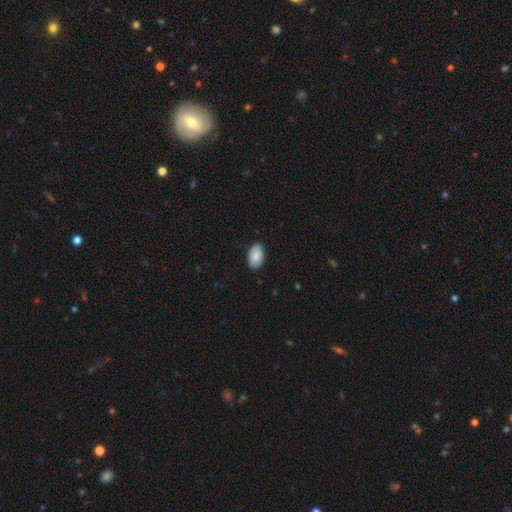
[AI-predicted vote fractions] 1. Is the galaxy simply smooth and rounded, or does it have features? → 88% smooth, 6% star or artifact, 5% featured or disk.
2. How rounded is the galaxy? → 94% in between, 5% round, 1% cigar-shaped.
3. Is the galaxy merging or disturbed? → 88% none, 9% minor disturbance, 2% major disturbance, 1% merger.